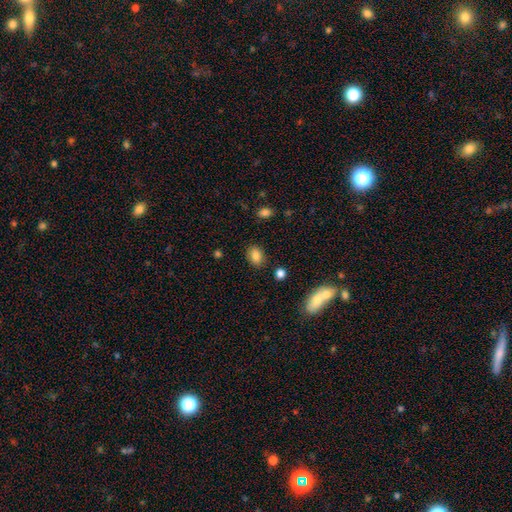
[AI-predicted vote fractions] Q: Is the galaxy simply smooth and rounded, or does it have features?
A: smooth — 83%.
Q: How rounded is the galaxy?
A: in between — 73%.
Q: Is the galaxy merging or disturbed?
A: none — 85%.